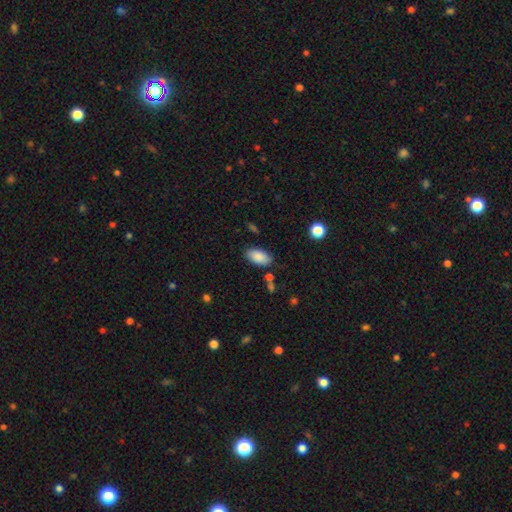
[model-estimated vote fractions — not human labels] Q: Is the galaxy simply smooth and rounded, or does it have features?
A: smooth — 87%.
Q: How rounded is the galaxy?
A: in between — 94%.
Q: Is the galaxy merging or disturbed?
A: none — 82%.